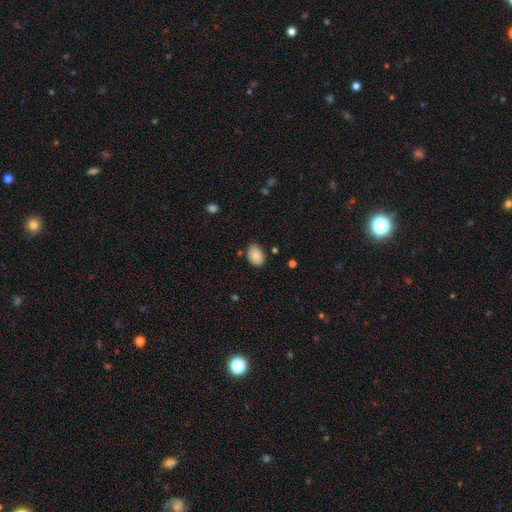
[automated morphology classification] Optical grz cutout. It shows a smooth galaxy with no disk features (86%) that is in between round and cigar-shaped (83%). Merging: none (74%).